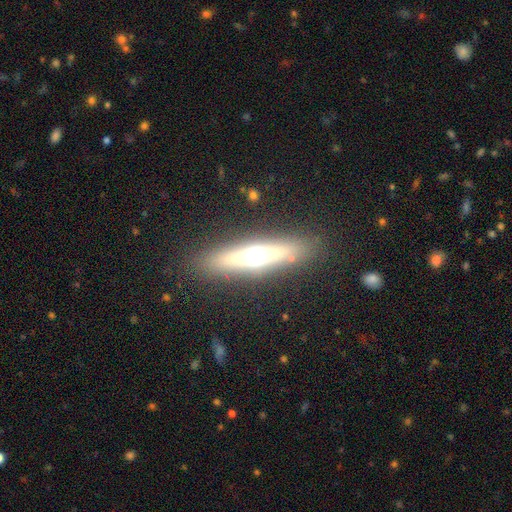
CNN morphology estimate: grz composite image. It shows a featured or disk galaxy (53%) viewed edge-on (87%). Merging: none (86%).